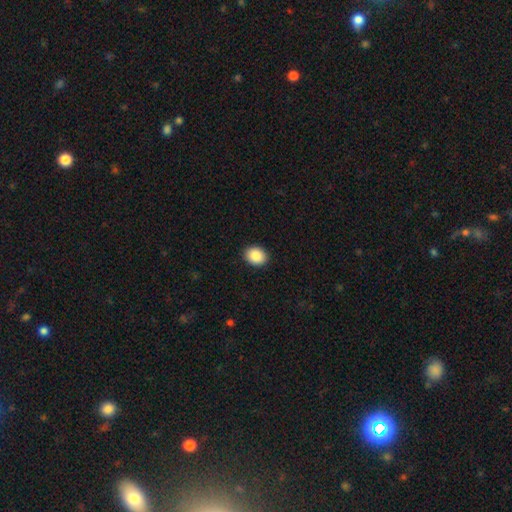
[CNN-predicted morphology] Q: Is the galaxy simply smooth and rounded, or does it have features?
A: smooth — 88%.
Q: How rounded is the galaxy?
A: in between — 53%.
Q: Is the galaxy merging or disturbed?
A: none — 91%.